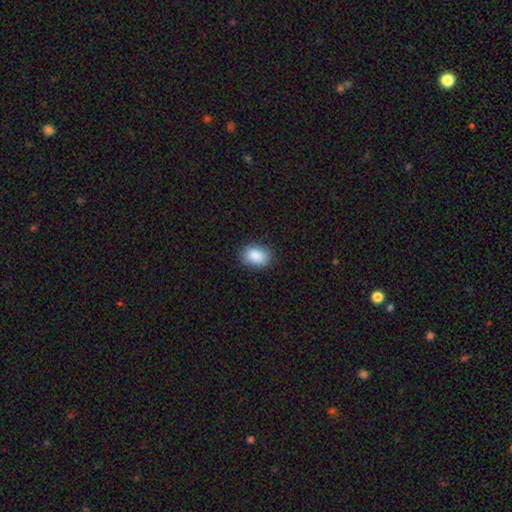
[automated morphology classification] smooth_or_featured: smooth (p=0.89) [alt: star or artifact p=0.07]
how_rounded: in between (p=0.84) [alt: round p=0.15]
merging: none (p=0.88) [alt: minor disturbance p=0.09]